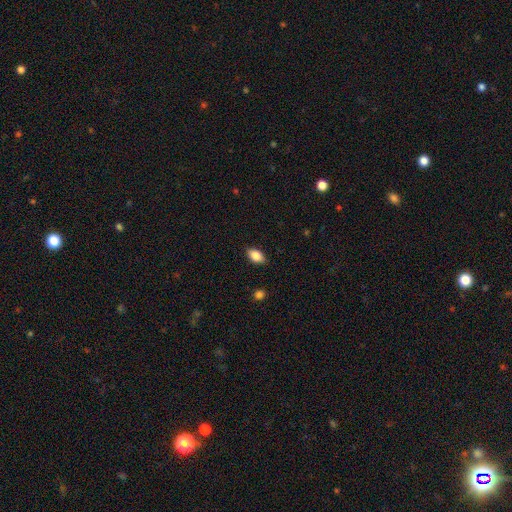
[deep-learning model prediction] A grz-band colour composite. It shows a smooth galaxy with no disk features (85%) that is in between round and cigar-shaped (90%). Merging: none (86%).